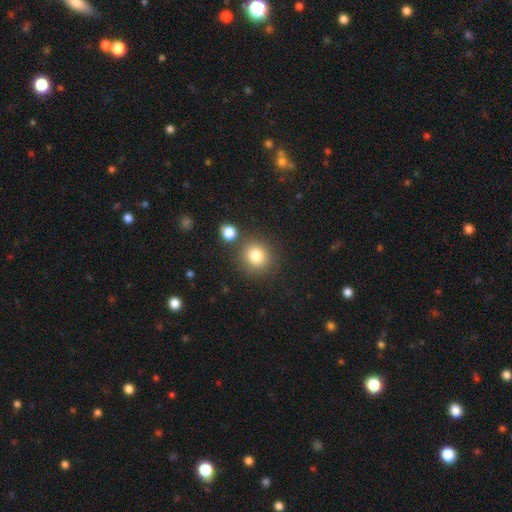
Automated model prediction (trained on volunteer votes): A smooth galaxy with no disk features (81%) that is round (90%).

Vote fractions:
- Smooth or featured? smooth: 81% / star or artifact: 12% / featured or disk: 7%
- How rounded? round: 90% / in between: 9% / cigar-shaped: 1%
- Merging? none: 80% / merger: 9% / minor disturbance: 8% / major disturbance: 3%